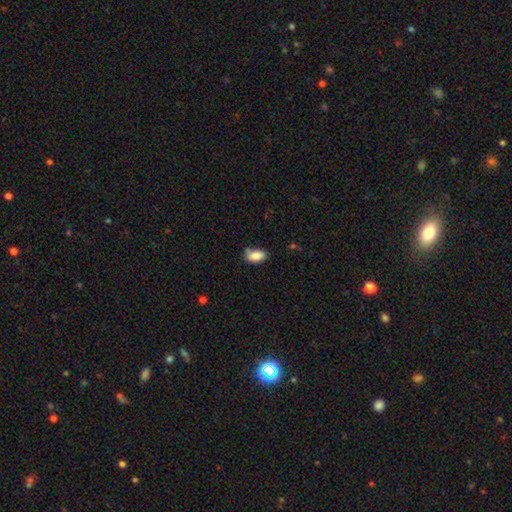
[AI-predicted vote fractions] Smooth or featured? smooth (85%)
How rounded? in between (92%)
Merging? none (59%)